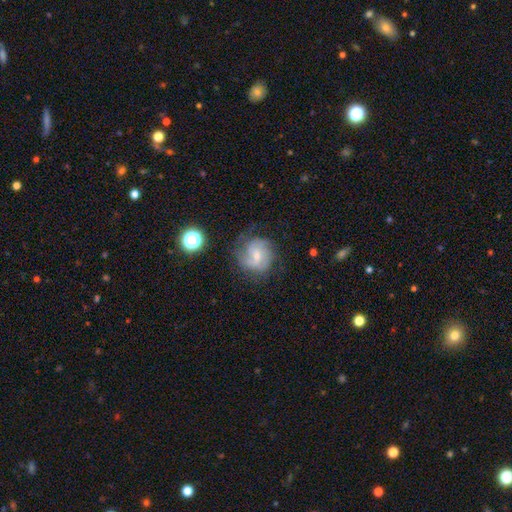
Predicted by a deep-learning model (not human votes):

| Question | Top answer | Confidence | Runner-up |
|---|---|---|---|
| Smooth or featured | featured or disk | 72% | smooth (18%) |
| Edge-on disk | no | 98% | yes (2%) |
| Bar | no | 50% | weak (41%) |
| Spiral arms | yes | 91% | no (9%) |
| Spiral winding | tight | 46% | medium (39%) |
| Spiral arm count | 2 | 32% | can't tell (31%) |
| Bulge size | small | 58% | moderate (37%) |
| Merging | none | 68% | minor disturbance (20%) |